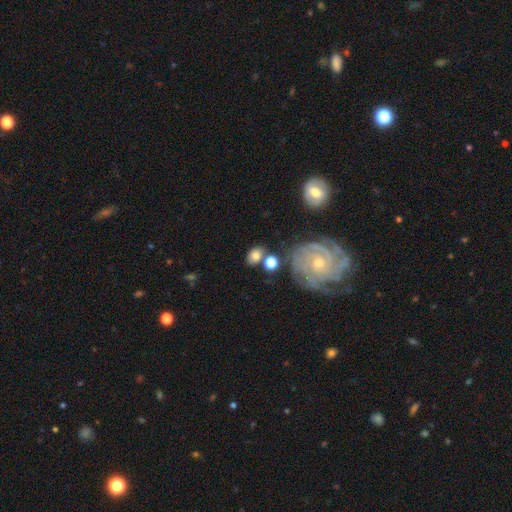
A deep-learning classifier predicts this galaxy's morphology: Smooth or featured? smooth (62%)
How rounded? in between (49%, tied with round)
Merging? none (65%)